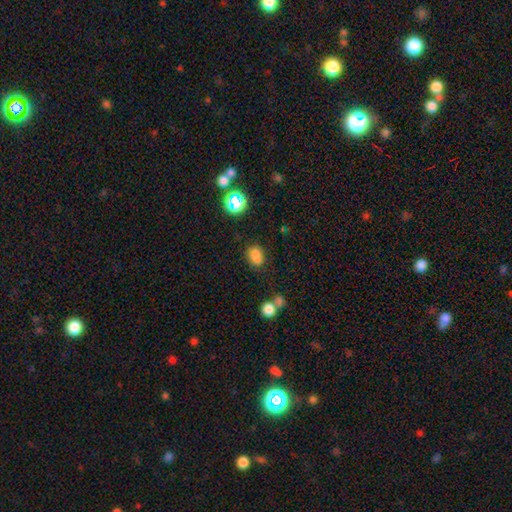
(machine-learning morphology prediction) This appears to be a smooth galaxy with no disk features (78%) that is in between round and cigar-shaped (76%). Merging: none (75%).